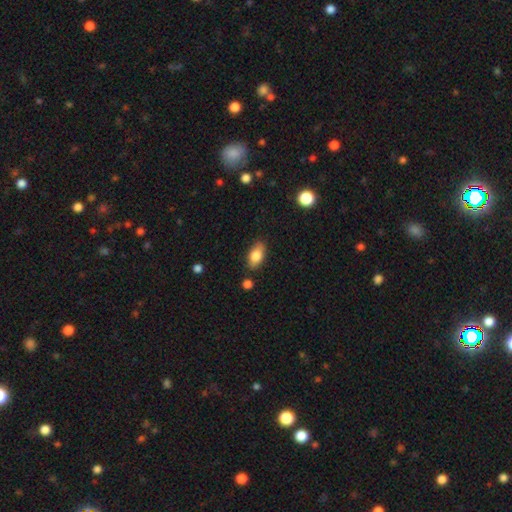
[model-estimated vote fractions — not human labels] Smooth or featured? smooth (81%)
How rounded? in between (89%)
Merging? none (81%)